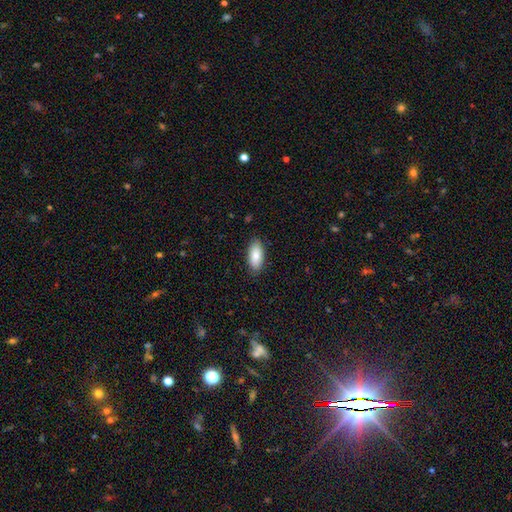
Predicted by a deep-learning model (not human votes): Smooth or featured?
  - smooth: 86% *
  - featured or disk: 8%
  - star or artifact: 6%
How rounded?
  - in between: 90% *
  - cigar-shaped: 8%
  - round: 2%
Merging?
  - none: 86% *
  - minor disturbance: 11%
  - major disturbance: 2%
  - merger: 1%